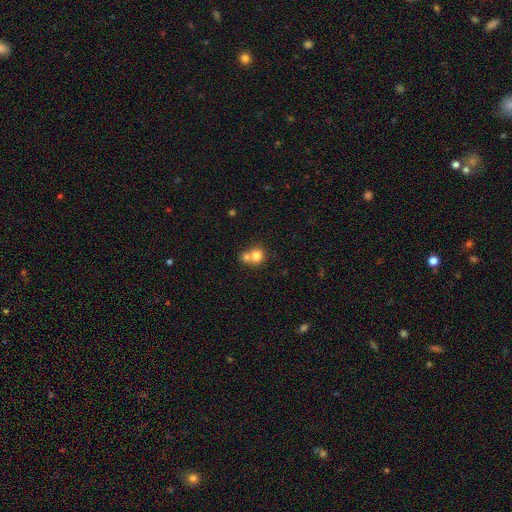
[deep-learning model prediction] A smooth galaxy with no disk features (79%) that is round (83%).

Vote fractions:
- Smooth or featured? smooth: 79% / featured or disk: 11% / star or artifact: 10%
- How rounded? round: 83% / in between: 16% / cigar-shaped: 1%
- Merging? merger: 55% / none: 37% / minor disturbance: 6% / major disturbance: 3%